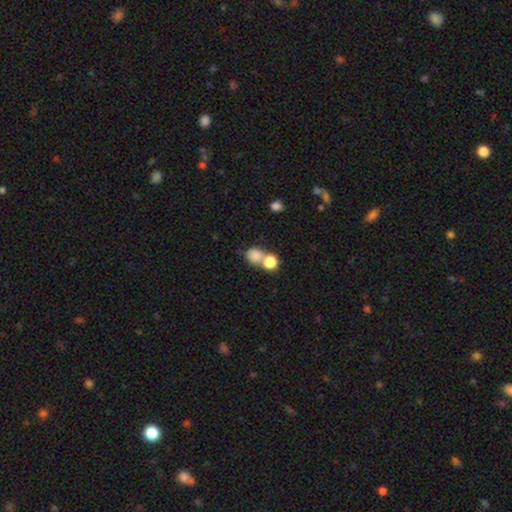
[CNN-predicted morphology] A smooth galaxy with no disk features (80%) that is round (78%).

Vote fractions:
- Smooth or featured? smooth: 80% / star or artifact: 13% / featured or disk: 7%
- How rounded? round: 78% / in between: 21% / cigar-shaped: 1%
- Merging? none: 45% / merger: 41% / minor disturbance: 9% / major disturbance: 5%